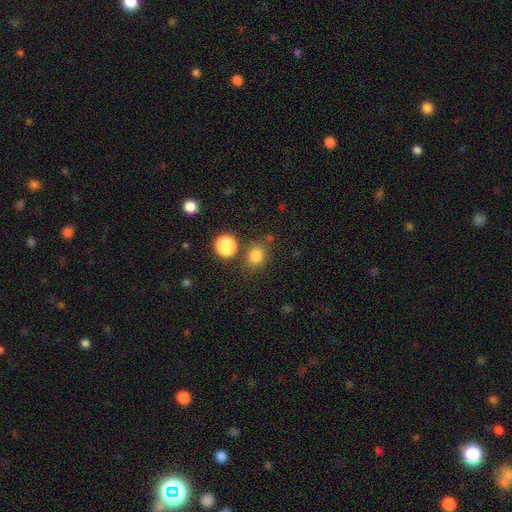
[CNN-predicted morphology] This is clearly a smooth galaxy (82%). How rounded: likely round (64%). Merging: likely none (75%).